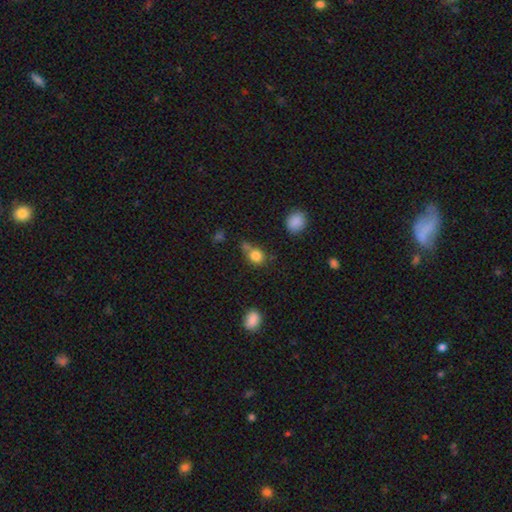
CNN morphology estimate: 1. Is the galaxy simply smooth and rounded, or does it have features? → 81% smooth, 12% star or artifact, 7% featured or disk.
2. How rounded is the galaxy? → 74% round, 25% in between, 1% cigar-shaped.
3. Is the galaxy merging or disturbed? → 53% none, 24% merger, 16% minor disturbance, 6% major disturbance.